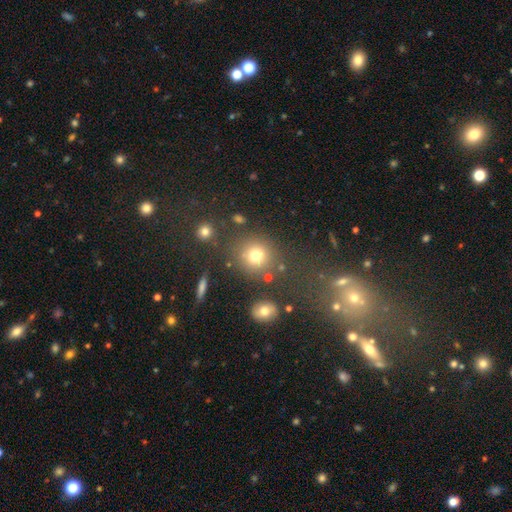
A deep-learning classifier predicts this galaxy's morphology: A smooth galaxy with no disk features (75%) that is round (86%).

Vote fractions:
- Smooth or featured? smooth: 75% / star or artifact: 17% / featured or disk: 9%
- How rounded? round: 86% / in between: 13% / cigar-shaped: 1%
- Merging? none: 76% / minor disturbance: 11% / merger: 8% / major disturbance: 5%